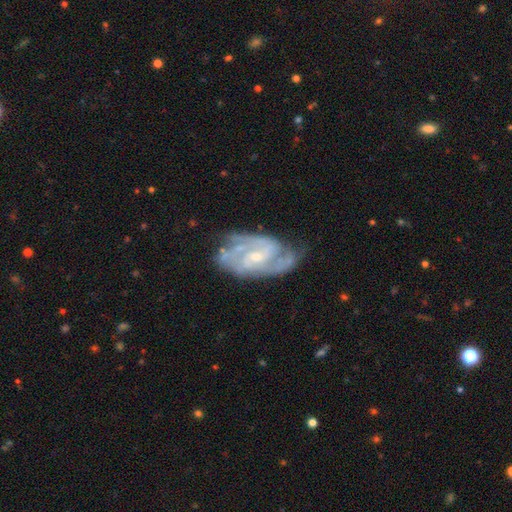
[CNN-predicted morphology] This appears to be a featured or disk galaxy (88%) with a weak bar (47%), 2 (40%) tight (48%) spiral arms (97%) and a small central bulge (68%). Merging: none (69%).